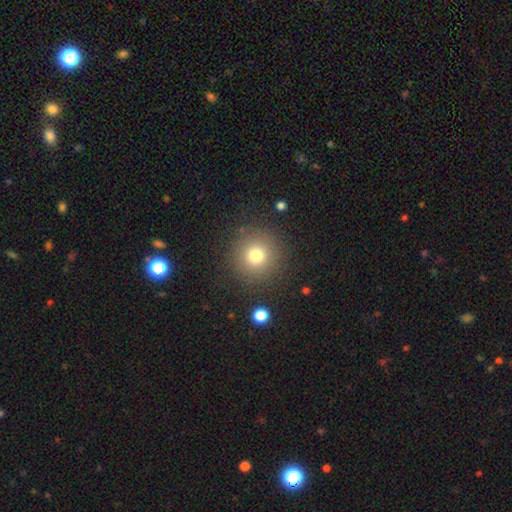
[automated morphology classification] The model was most divided on "smooth or featured": smooth: 76%, star or artifact: 15%, featured or disk: 10%. More confident: how rounded — round (95%); merging — none (87%).